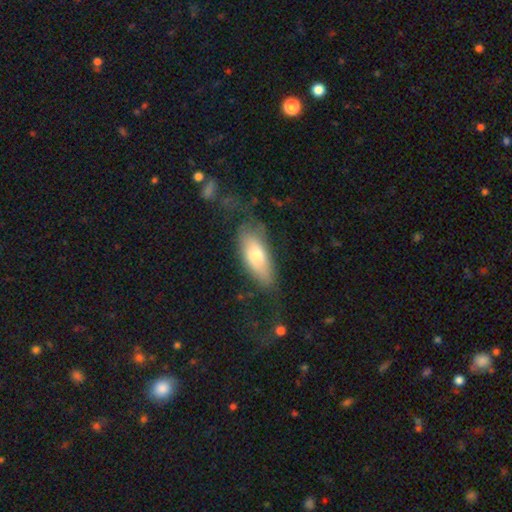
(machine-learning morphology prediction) This appears to be a smooth galaxy with no disk features (65%) that is in between round and cigar-shaped (80%). Merging: none (59%).